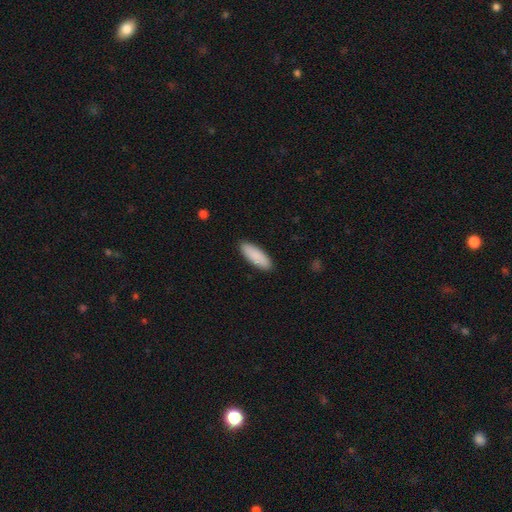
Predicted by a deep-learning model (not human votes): The model was most divided on "how rounded": in between: 68%, cigar-shaped: 30%, round: 2%. More confident: merging — none (90%); smooth or featured — smooth (90%).